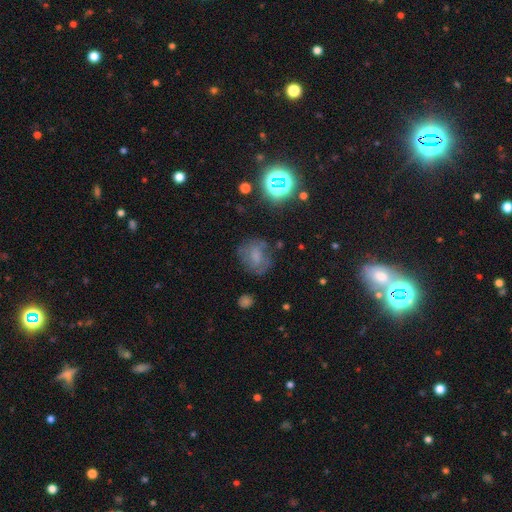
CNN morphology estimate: A smooth galaxy with no disk features (54%) that is round (61%). Merging: none (61%).